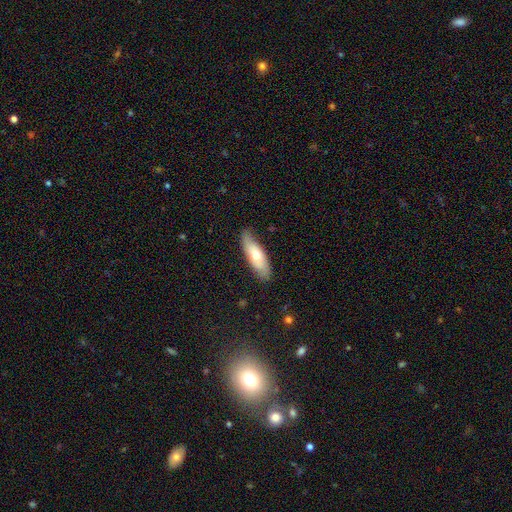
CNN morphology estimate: type=smooth (59%); roundness=in between (61%); merging=none (80%).